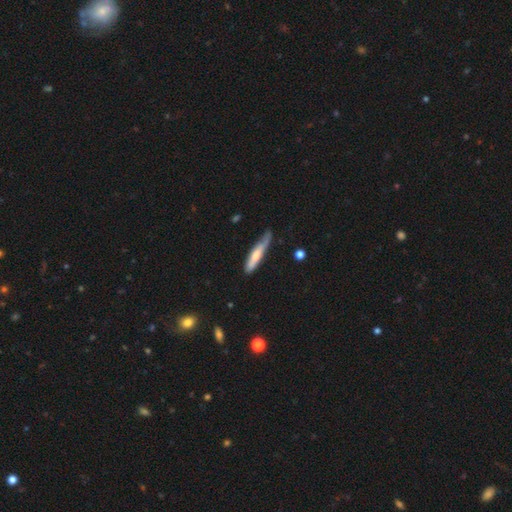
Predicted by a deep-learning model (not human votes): Smooth or featured?
  - smooth: 61% *
  - featured or disk: 33%
  - star or artifact: 5%
How rounded?
  - cigar-shaped: 86% *
  - in between: 12%
  - round: 1%
Merging?
  - none: 52% *
  - minor disturbance: 34%
  - major disturbance: 10%
  - merger: 3%